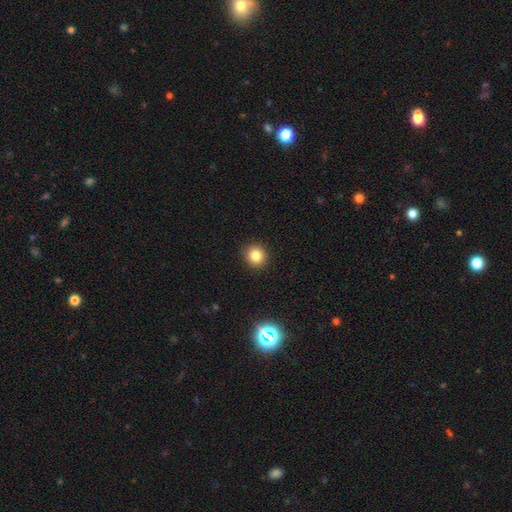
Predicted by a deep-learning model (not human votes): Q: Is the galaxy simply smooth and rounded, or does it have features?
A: smooth — 82%.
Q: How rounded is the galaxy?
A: round — 90%.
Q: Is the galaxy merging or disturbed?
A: none — 91%.